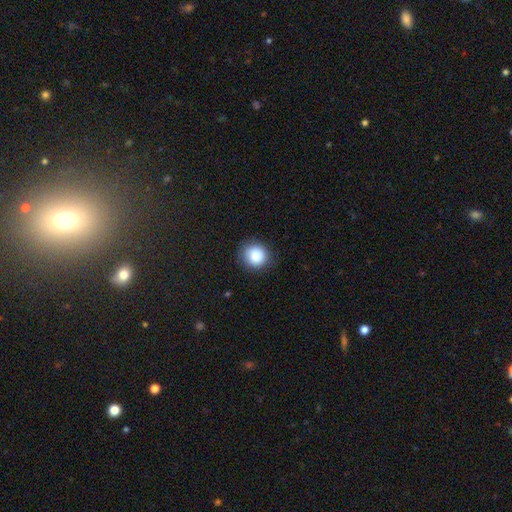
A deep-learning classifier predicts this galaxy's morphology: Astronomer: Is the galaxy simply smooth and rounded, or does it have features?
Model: smooth — 86%.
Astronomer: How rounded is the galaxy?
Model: round — 88%.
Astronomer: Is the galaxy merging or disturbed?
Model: none — 85%.